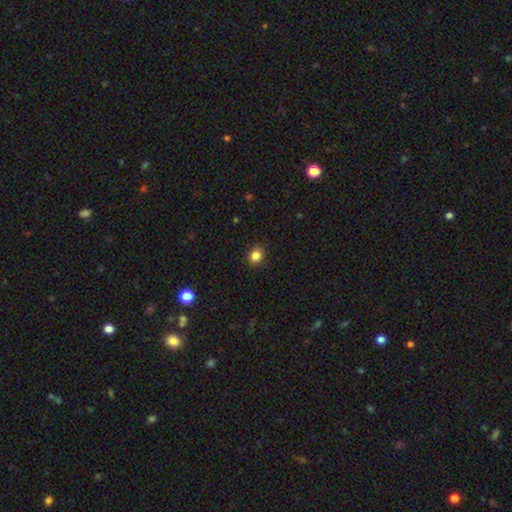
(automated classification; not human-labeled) Smooth or featured: smooth — 85% (star or artifact — 11%)
How rounded: round — 67% (in between — 32%)
Merging: none — 90% (minor disturbance — 7%)